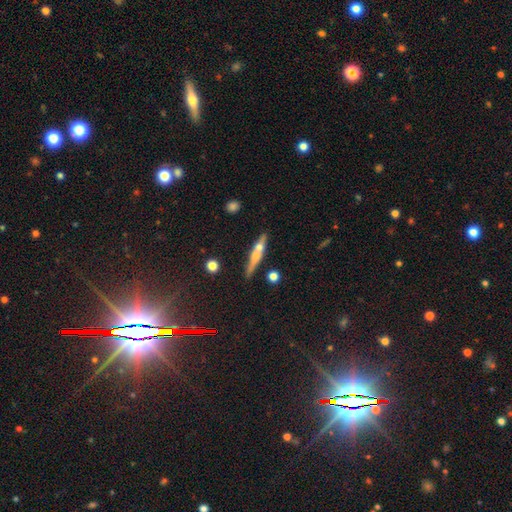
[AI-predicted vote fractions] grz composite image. It shows a featured or disk galaxy (47%). Merging: none (65%).